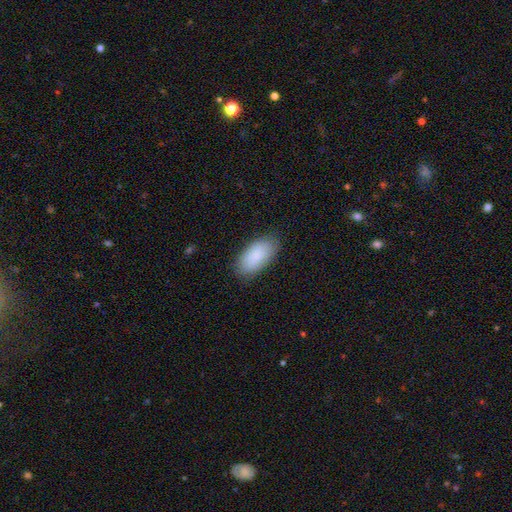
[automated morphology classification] A smooth galaxy with no disk features (88%) that is in between round and cigar-shaped (94%).

Vote fractions:
- Smooth or featured? smooth: 88% / featured or disk: 6% / star or artifact: 6%
- How rounded? in between: 94% / cigar-shaped: 4% / round: 2%
- Merging? none: 84% / minor disturbance: 12% / major disturbance: 3% / merger: 1%